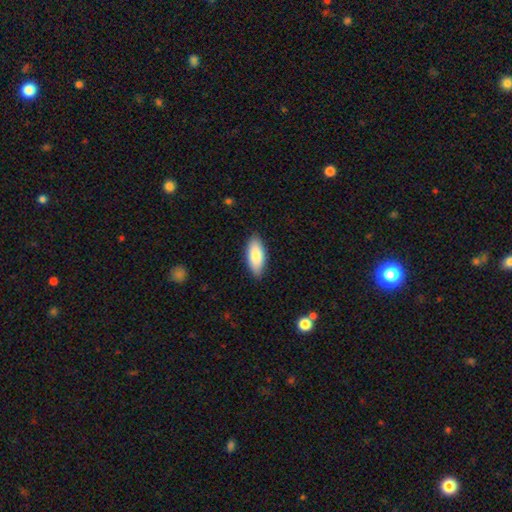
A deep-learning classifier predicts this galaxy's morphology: Smooth or featured: smooth — 83% (featured or disk — 12%)
How rounded: in between — 85% (cigar-shaped — 13%)
Merging: none — 87% (minor disturbance — 10%)